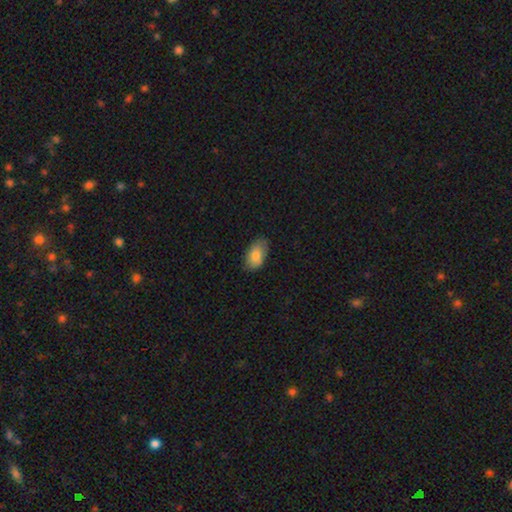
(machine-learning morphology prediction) smooth_or_featured: smooth (p=0.80) [alt: featured or disk p=0.13]
how_rounded: in between (p=0.93) [alt: round p=0.05]
merging: none (p=0.76) [alt: minor disturbance p=0.20]